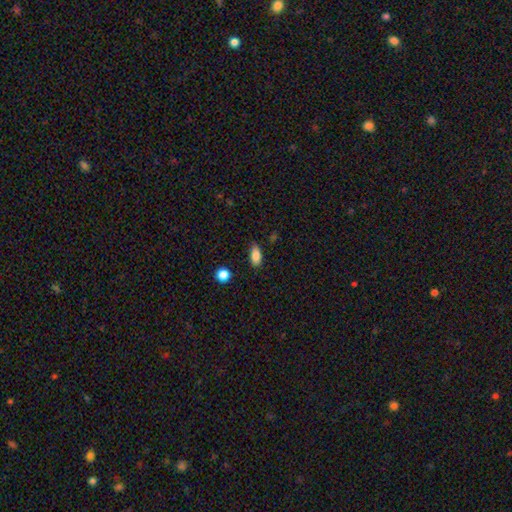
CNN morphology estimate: Smooth or featured?
  - smooth: 85% *
  - star or artifact: 9%
  - featured or disk: 6%
How rounded?
  - in between: 86% *
  - cigar-shaped: 9%
  - round: 5%
Merging?
  - none: 75% *
  - minor disturbance: 20%
  - major disturbance: 3%
  - merger: 2%